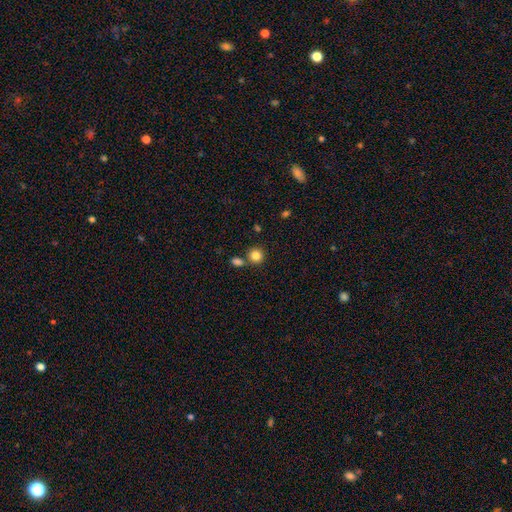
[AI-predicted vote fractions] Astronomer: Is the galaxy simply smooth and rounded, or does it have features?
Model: smooth — 84%.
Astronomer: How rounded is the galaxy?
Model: round — 88%.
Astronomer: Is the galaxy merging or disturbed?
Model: none — 72%.